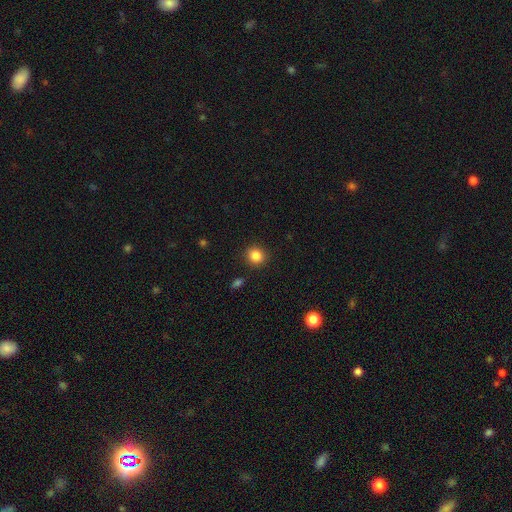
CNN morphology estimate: The model was most divided on "how rounded": round: 84%, in between: 15%, cigar-shaped: 1%. More confident: merging — none (89%); smooth or featured — smooth (86%).